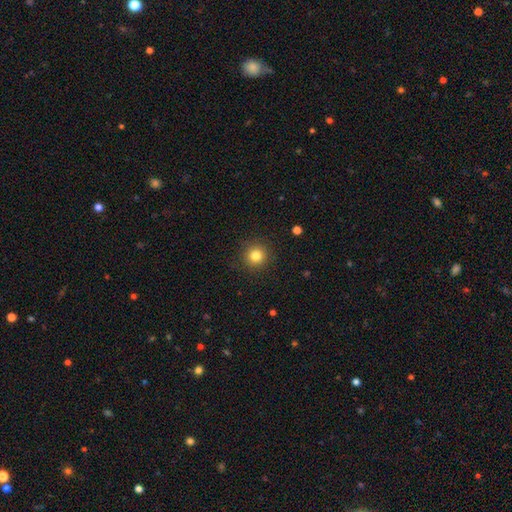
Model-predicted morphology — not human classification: The model was most divided on "smooth or featured": smooth: 82%, star or artifact: 12%, featured or disk: 6%. More confident: how rounded — round (94%); merging — none (91%).